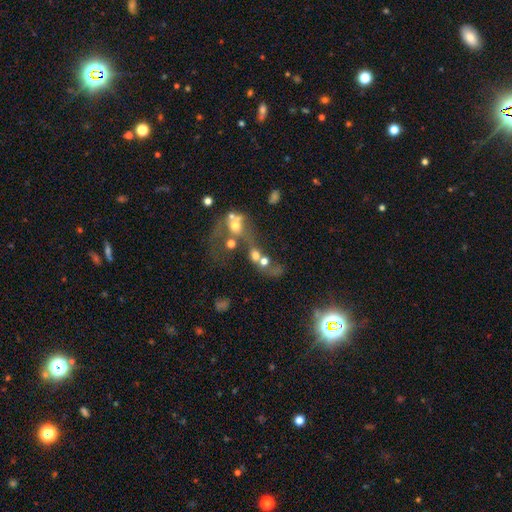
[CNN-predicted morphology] type=smooth (52%); roundness=round (59%); merging=merger (61%).